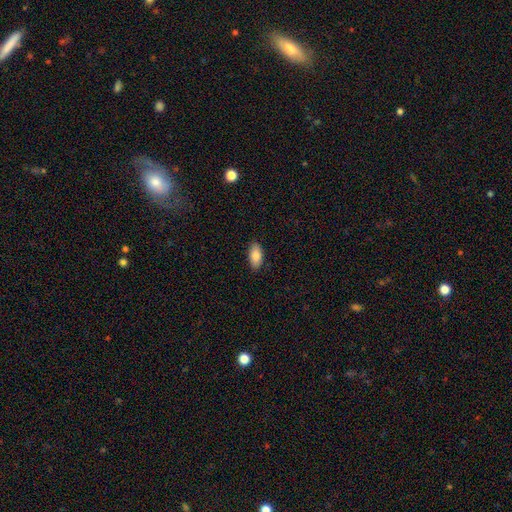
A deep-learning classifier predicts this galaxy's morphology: Smooth or featured? smooth (86%)
How rounded? in between (92%)
Merging? none (88%)